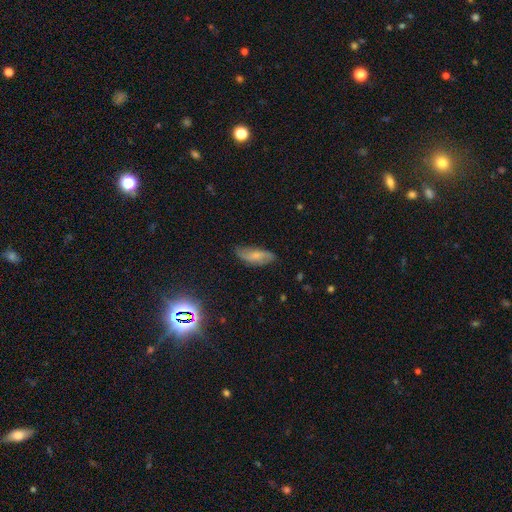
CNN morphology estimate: Smooth or featured? Predicted: smooth (p=0.54). How rounded? Predicted: in between (p=0.75). Merging? Predicted: none (p=0.69).